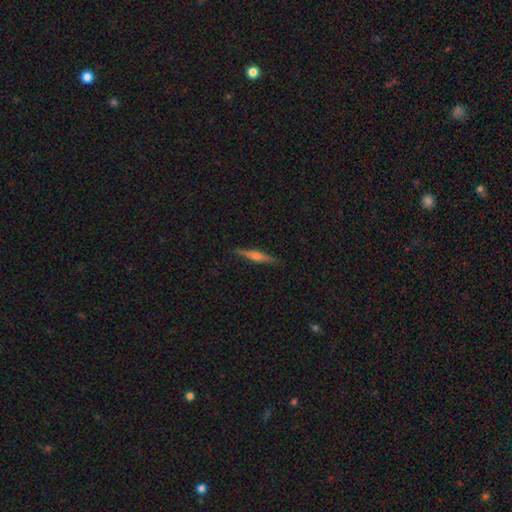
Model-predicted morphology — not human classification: smooth-or-featured: featured or disk: 71% | smooth: 22% | star or artifact: 7%
  disk-edge-on: yes: 98% | no: 2%
    edge-on-bulge: rounded: 79% | boxy: 13% | none: 7%
  merging: none: 91% | minor disturbance: 7% | major disturbance: 1% | merger: 1%